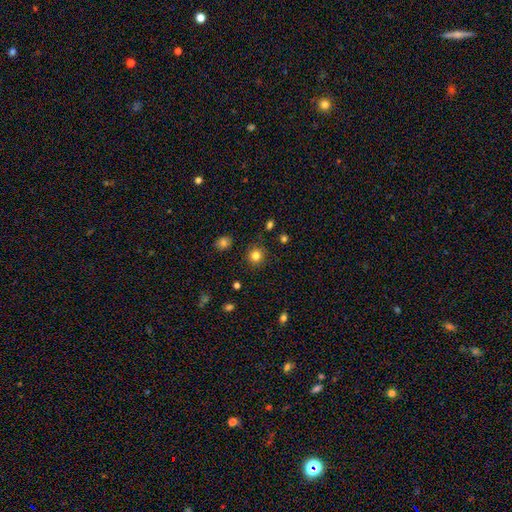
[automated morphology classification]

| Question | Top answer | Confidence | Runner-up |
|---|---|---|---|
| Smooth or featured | smooth | 82% | star or artifact (12%) |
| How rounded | round | 91% | in between (8%) |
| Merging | none | 89% | minor disturbance (8%) |